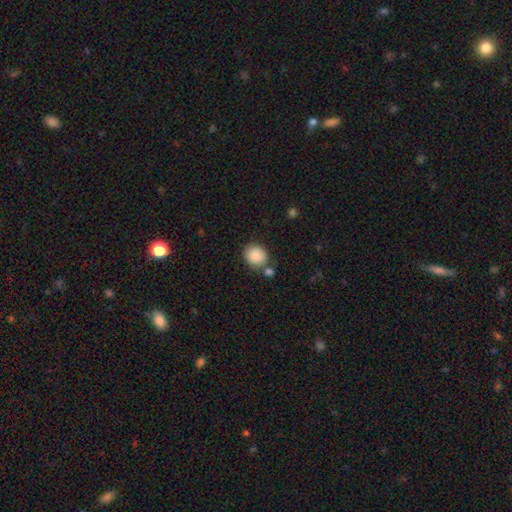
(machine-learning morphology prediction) smooth_or_featured: smooth (p=0.88) [alt: star or artifact p=0.08]
how_rounded: round (p=0.71) [alt: in between p=0.28]
merging: none (p=0.70) [alt: merger p=0.13]